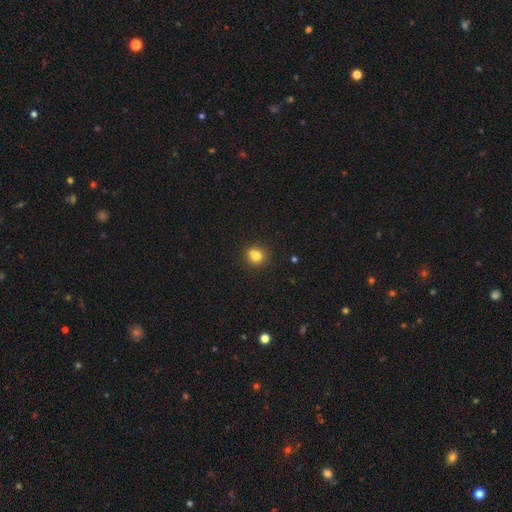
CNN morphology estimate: Overall: smooth (76%). How rounded: round (73%). Merging: none (56%; merger 27%).